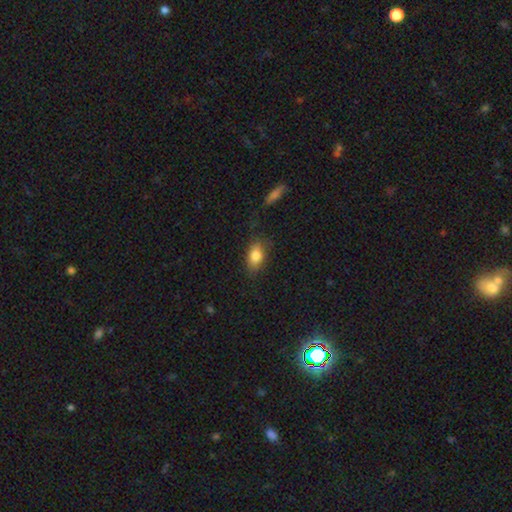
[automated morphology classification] Smooth or featured: smooth — 81% (featured or disk — 11%)
How rounded: in between — 84% (round — 12%)
Merging: none — 75% (minor disturbance — 18%)